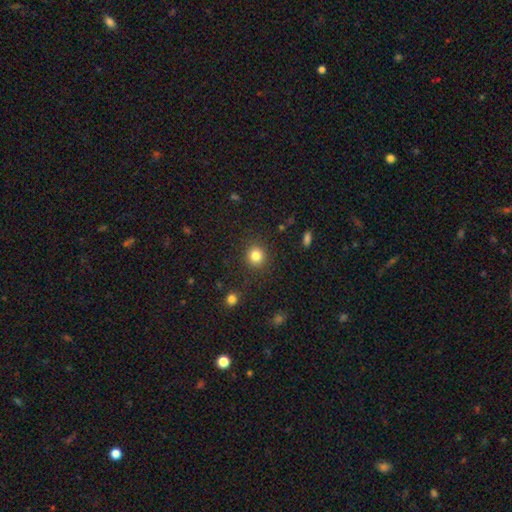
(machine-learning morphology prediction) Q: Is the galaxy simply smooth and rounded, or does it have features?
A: smooth — 83%.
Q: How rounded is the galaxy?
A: round — 90%.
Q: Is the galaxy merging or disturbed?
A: none — 89%.